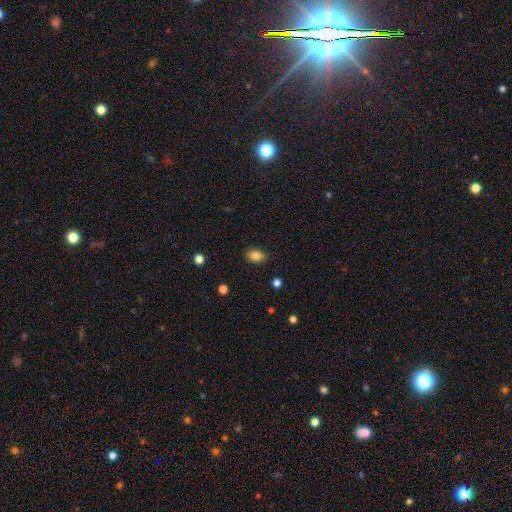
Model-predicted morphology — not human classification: smooth 86%, star or artifact 9%, featured or disk 5%. Down the decision tree: how rounded — in between (83%); merging — none (88%).